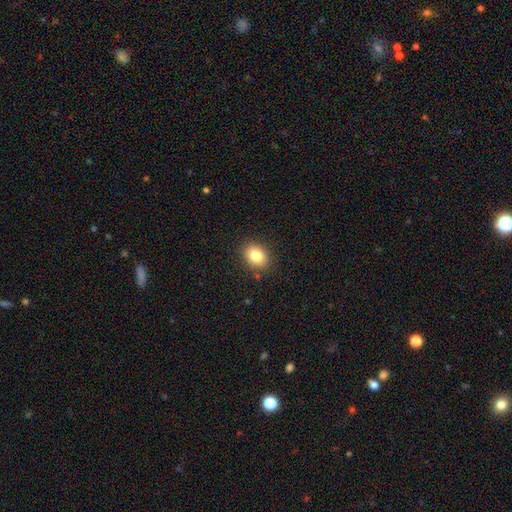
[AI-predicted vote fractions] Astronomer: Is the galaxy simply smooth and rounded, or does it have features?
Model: smooth — 82%.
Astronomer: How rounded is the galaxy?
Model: in between — 55% (runner-up: round, 44%).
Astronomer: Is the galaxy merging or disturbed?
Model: none — 87%.